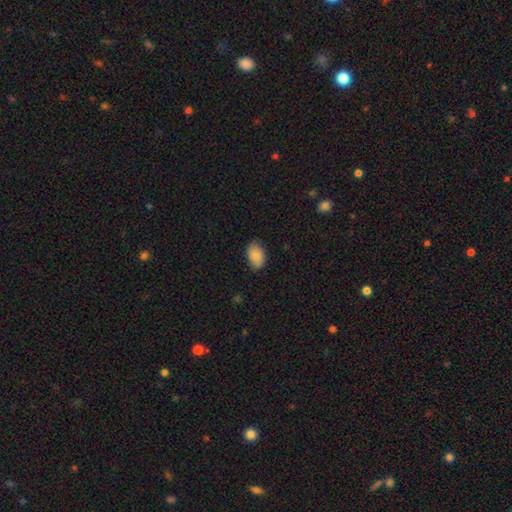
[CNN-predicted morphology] The model was most divided on "merging": none: 83%, minor disturbance: 14%, major disturbance: 3%, merger: 1%. More confident: how rounded — in between (88%); smooth or featured — smooth (86%).